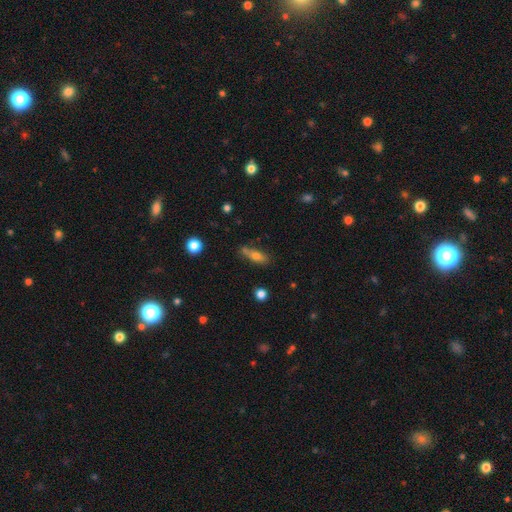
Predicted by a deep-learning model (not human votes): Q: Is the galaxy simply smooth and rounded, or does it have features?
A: smooth — 68%.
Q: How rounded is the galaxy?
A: in between — 51%.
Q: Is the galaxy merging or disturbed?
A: none — 57%.